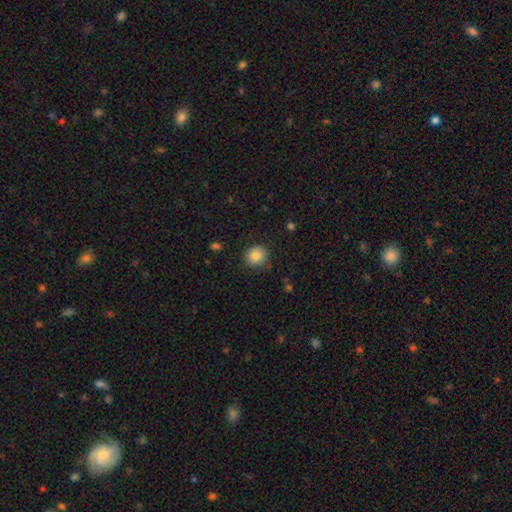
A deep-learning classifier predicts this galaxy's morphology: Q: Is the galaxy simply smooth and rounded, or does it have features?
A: smooth — 85%.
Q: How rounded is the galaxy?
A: round — 82%.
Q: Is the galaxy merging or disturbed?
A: none — 86%.